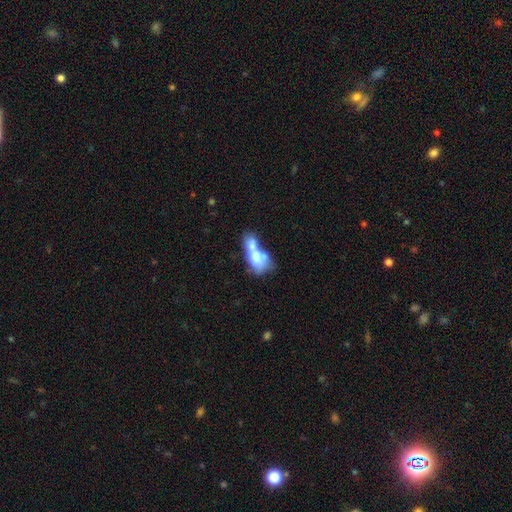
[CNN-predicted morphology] smooth_or_featured: smooth (p=0.58) [alt: featured or disk p=0.34]
how_rounded: in between (p=0.75) [alt: round p=0.19]
merging: merger (p=0.69) [alt: none p=0.13]